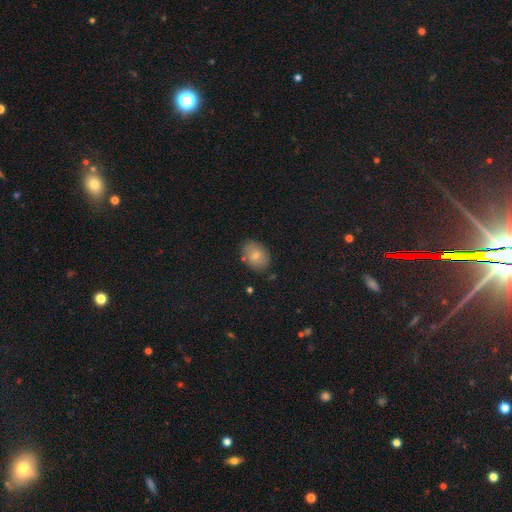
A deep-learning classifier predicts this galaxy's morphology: A smooth galaxy with no disk features (73%) that is in between round and cigar-shaped (72%).

Vote fractions:
- Smooth or featured? smooth: 73% / featured or disk: 18% / star or artifact: 9%
- How rounded? in between: 72% / round: 27% / cigar-shaped: 1%
- Merging? none: 80% / minor disturbance: 14% / major disturbance: 3% / merger: 3%